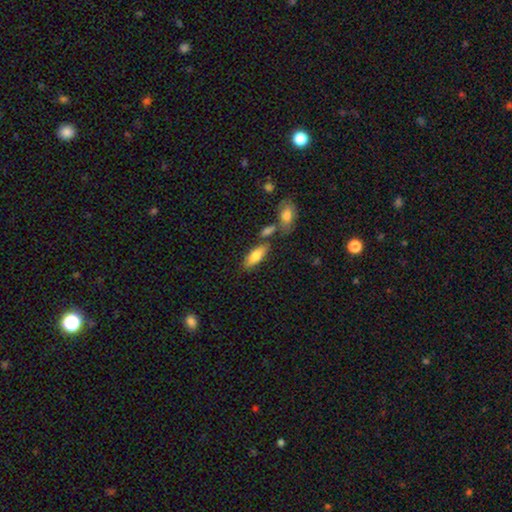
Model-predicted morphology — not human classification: The model was most divided on "how rounded": in between: 72%, cigar-shaped: 26%, round: 2%. More confident: smooth or featured — smooth (79%); merging — none (66%).